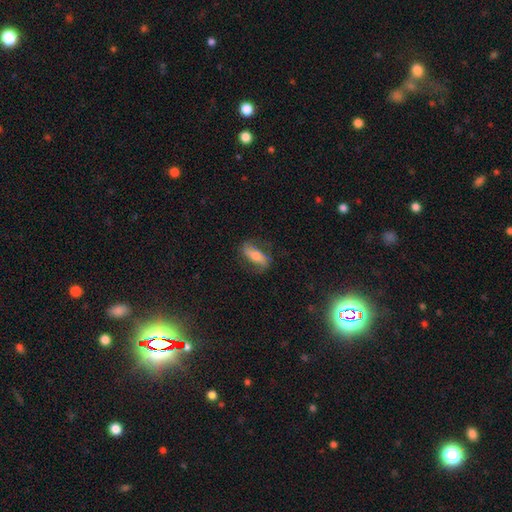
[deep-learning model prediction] A featured or disk galaxy (52%). Merging: none (72%).